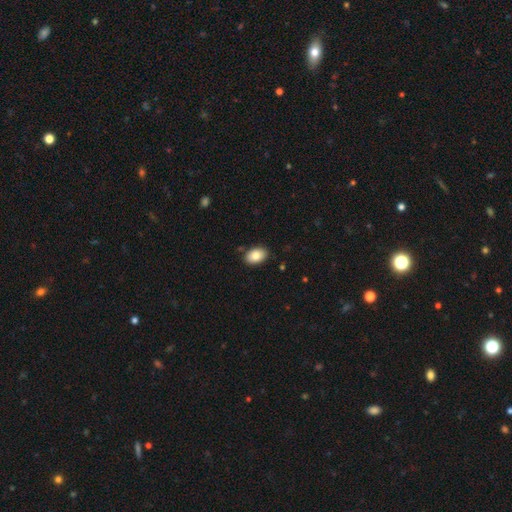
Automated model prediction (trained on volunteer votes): Smooth or featured: smooth — 83% (featured or disk — 9%)
How rounded: in between — 88% (round — 11%)
Merging: none — 86% (minor disturbance — 10%)